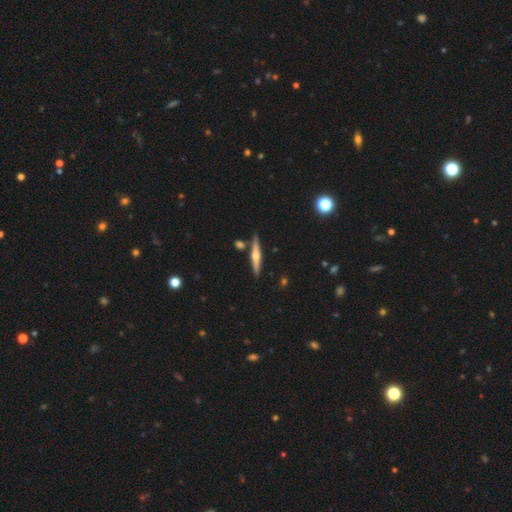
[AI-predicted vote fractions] A featured or disk galaxy (67%) viewed edge-on (97%) with a rounded central bulge (90%).

Vote fractions:
- Smooth or featured? featured or disk: 67% / smooth: 27% / star or artifact: 6%
- Edge-on disk? yes: 97% / no: 3%
- Edge-on bulge? rounded: 90% / none: 6% / boxy: 5%
- Merging? none: 85% / minor disturbance: 8% / merger: 6% / major disturbance: 2%